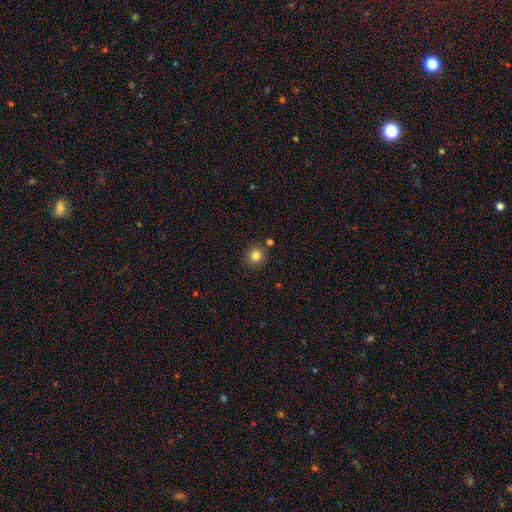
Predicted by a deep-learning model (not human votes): Smooth or featured? smooth (82%)
How rounded? round (90%)
Merging? none (83%)